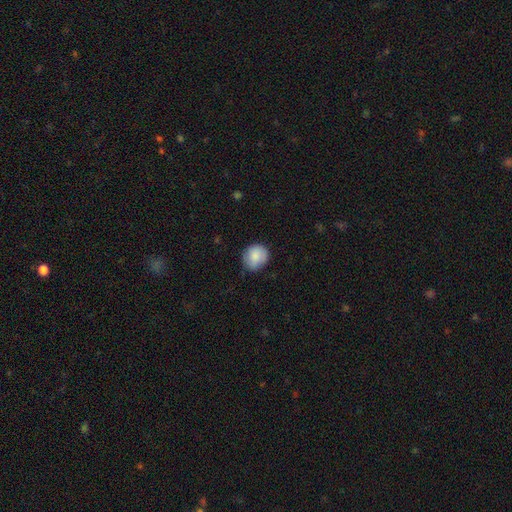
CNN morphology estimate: A smooth galaxy with no disk features (85%) that is round (80%). Merging: none (78%).